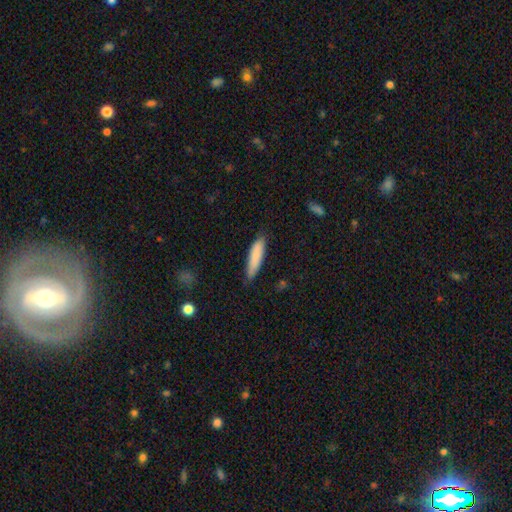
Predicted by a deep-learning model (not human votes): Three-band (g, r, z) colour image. It shows a smooth galaxy with no disk features (84%) that is cigar-shaped (75%). Merging: none (78%).